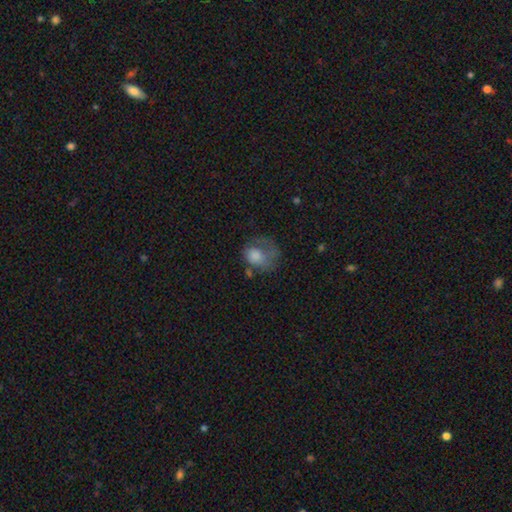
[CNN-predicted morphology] smooth_or_featured: smooth (p=0.63) [alt: featured or disk p=0.27]
how_rounded: round (p=0.52) [alt: in between p=0.47]
merging: major disturbance (p=0.42) [alt: none p=0.30]